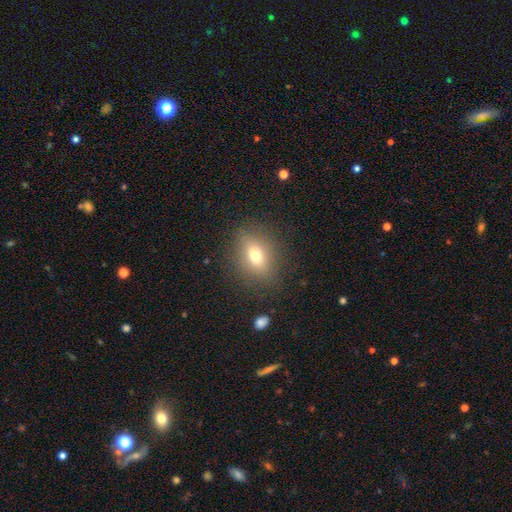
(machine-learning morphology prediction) Smooth or featured? smooth (68%)
How rounded? in between (65%)
Merging? none (83%)